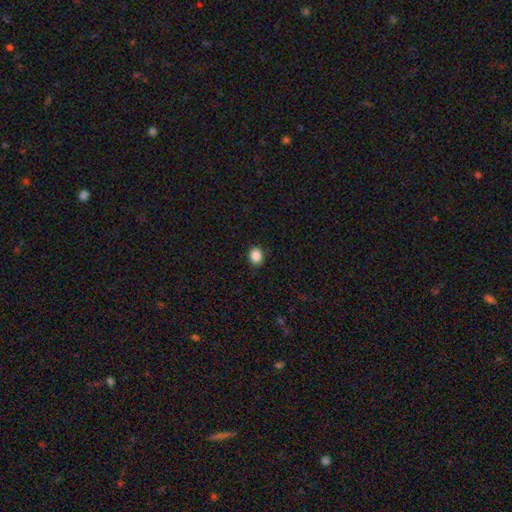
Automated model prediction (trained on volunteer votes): A smooth galaxy with no disk features (88%) that is round (52%).

Vote fractions:
- Smooth or featured? smooth: 88% / star or artifact: 9% / featured or disk: 3%
- How rounded? round: 52% / in between: 47% / cigar-shaped: 1%
- Merging? none: 89% / minor disturbance: 8% / major disturbance: 2% / merger: 1%